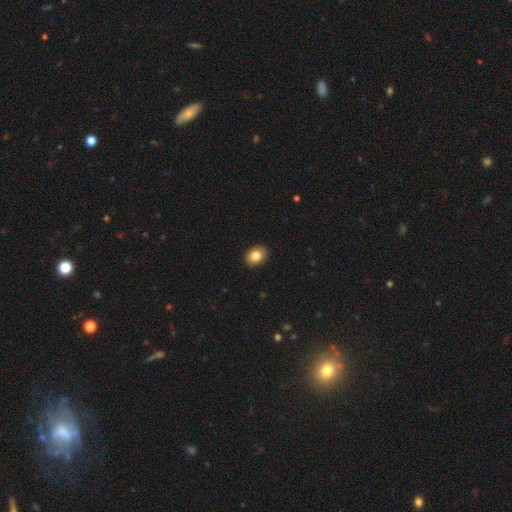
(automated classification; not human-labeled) Smooth or featured? Predicted: smooth (p=0.83). How rounded? Predicted: in between (p=0.64). Merging? Predicted: none (p=0.91).